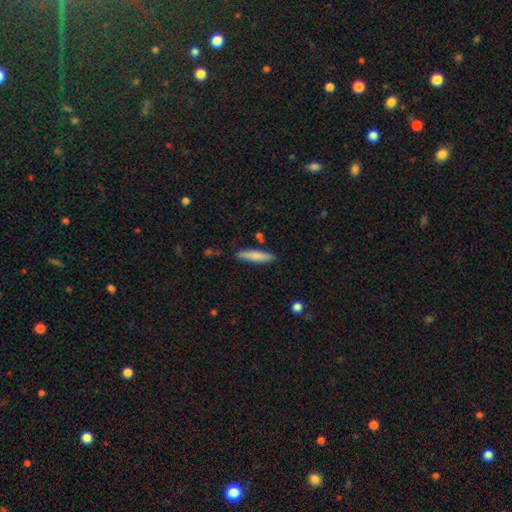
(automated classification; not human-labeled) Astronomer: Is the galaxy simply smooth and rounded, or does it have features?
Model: smooth — 78%.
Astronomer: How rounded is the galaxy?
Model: cigar-shaped — 83%.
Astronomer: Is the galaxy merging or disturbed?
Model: none — 85%.